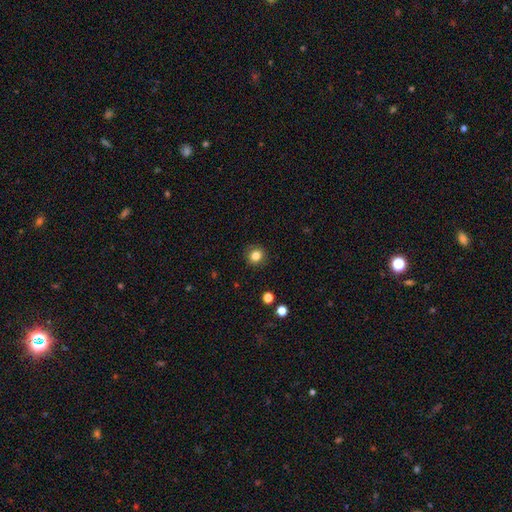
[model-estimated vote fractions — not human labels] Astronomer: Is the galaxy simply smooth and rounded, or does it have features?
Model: smooth — 83%.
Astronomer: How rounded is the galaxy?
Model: round — 85%.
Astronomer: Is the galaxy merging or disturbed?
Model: none — 89%.